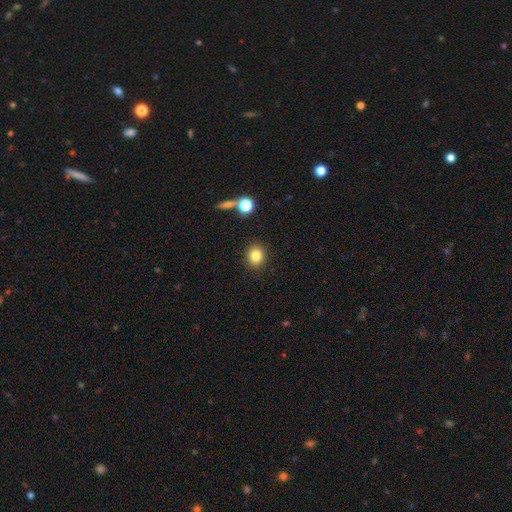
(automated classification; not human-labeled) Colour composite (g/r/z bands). It shows a smooth galaxy with no disk features (83%) that is round (72%). Merging: none (87%).